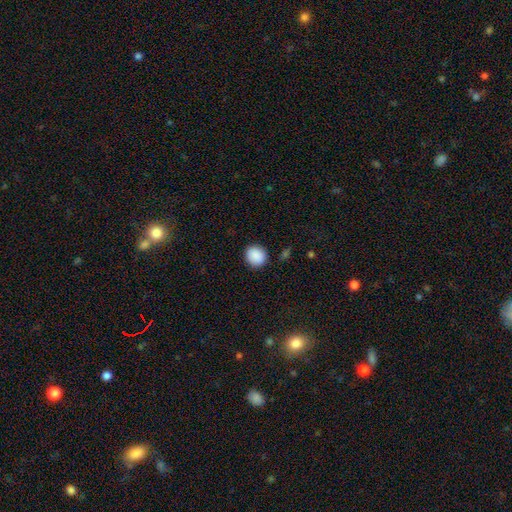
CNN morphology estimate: smooth-or-featured: smooth: 89% | star or artifact: 8% | featured or disk: 3%
  how-rounded: round: 83% | in between: 16% | cigar-shaped: 1%
  merging: none: 88% | minor disturbance: 8% | major disturbance: 2% | merger: 1%